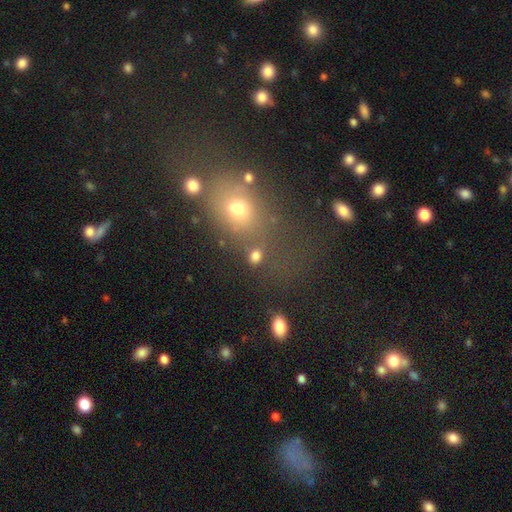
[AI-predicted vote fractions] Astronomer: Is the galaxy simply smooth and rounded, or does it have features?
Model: smooth — 76%.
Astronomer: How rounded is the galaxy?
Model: round — 62%.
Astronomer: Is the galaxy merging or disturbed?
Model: none — 64%.